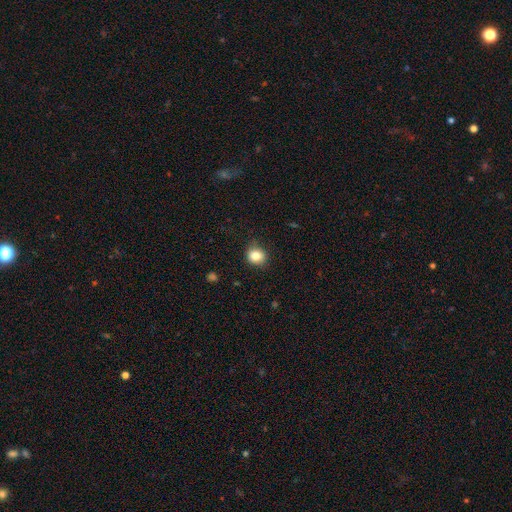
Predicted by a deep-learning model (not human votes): This appears to be a smooth galaxy with no disk features (82%) that is round (78%). Merging: none (80%).